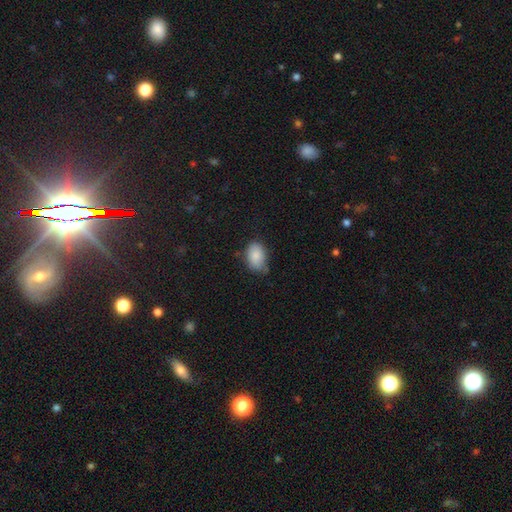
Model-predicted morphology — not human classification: Smooth or featured? Predicted: smooth (p=0.86). How rounded? Predicted: in between (p=0.87). Merging? Predicted: none (p=0.59).